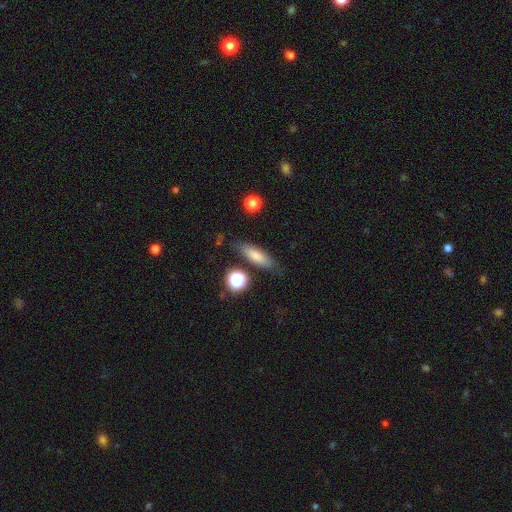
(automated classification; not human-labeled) Smooth or featured?
  - smooth: 70% *
  - featured or disk: 21%
  - star or artifact: 9%
How rounded?
  - cigar-shaped: 59% *
  - in between: 37%
  - round: 4%
Merging?
  - none: 79% *
  - minor disturbance: 13%
  - merger: 4%
  - major disturbance: 4%